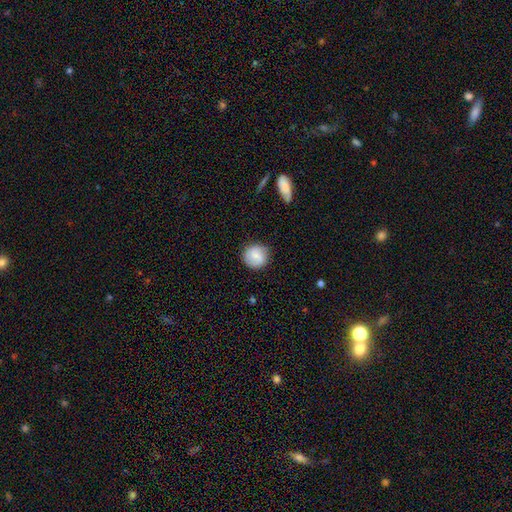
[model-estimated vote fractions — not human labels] A smooth galaxy with no disk features (74%) that is round (91%). Merging: none (83%).